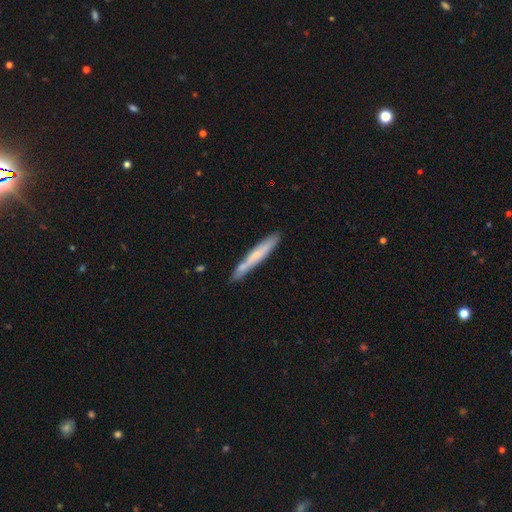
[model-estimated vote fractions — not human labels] smooth 57%, featured or disk 37%, star or artifact 6%. Down the decision tree: how rounded — cigar-shaped (95%); merging — none (76%).